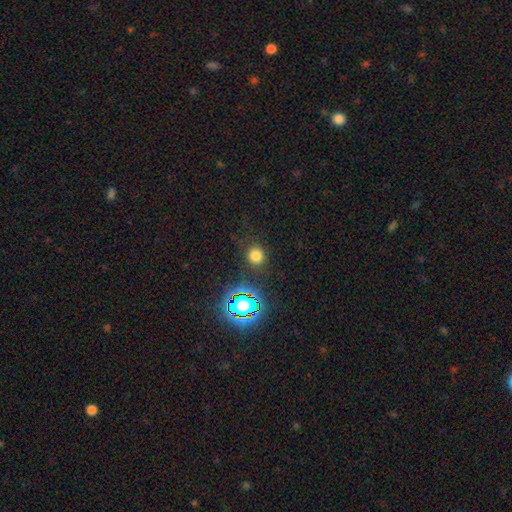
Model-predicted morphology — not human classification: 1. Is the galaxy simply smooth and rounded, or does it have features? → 72% smooth, 22% star or artifact, 6% featured or disk.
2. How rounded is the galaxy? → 91% round, 8% in between, 1% cigar-shaped.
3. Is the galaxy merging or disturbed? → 86% none, 8% minor disturbance, 4% major disturbance, 2% merger.